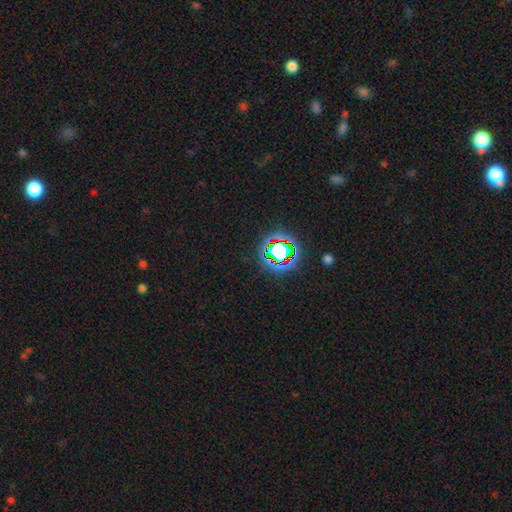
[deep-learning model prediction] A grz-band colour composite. It shows a star or artifact, not a galaxy (78%).